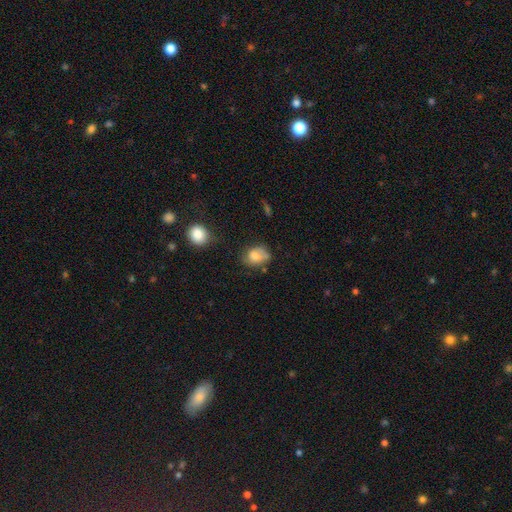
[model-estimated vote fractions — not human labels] smooth 75%, featured or disk 16%, star or artifact 9%. Down the decision tree: how rounded — in between (66%); merging — none (50%).